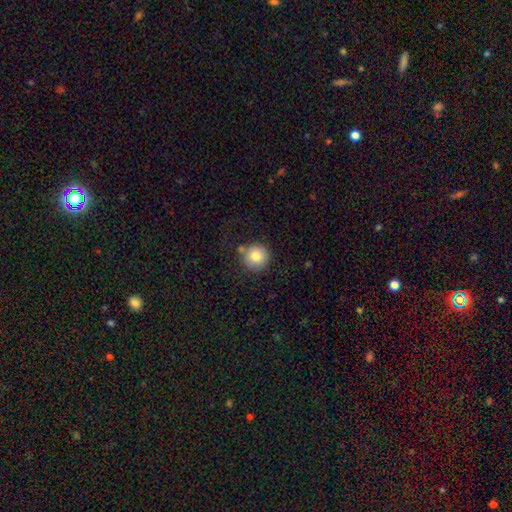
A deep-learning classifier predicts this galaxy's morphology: The model was most divided on "merging": none: 79%, minor disturbance: 12%, merger: 6%, major disturbance: 4%. More confident: how rounded — round (95%); smooth or featured — smooth (81%).